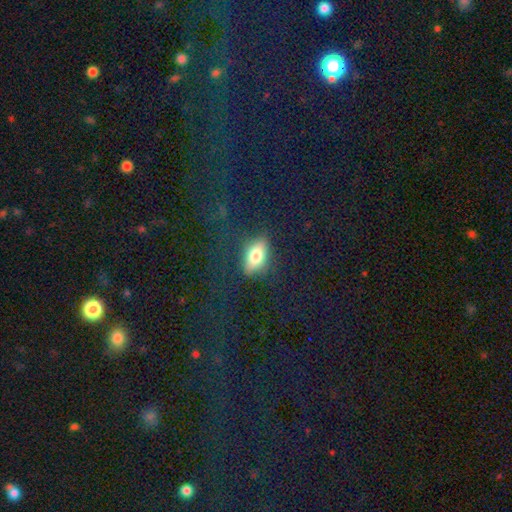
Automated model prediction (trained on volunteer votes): Smooth or featured: smooth — 73% (featured or disk — 16%)
How rounded: in between — 82% (cigar-shaped — 11%)
Merging: none — 78% (minor disturbance — 13%)